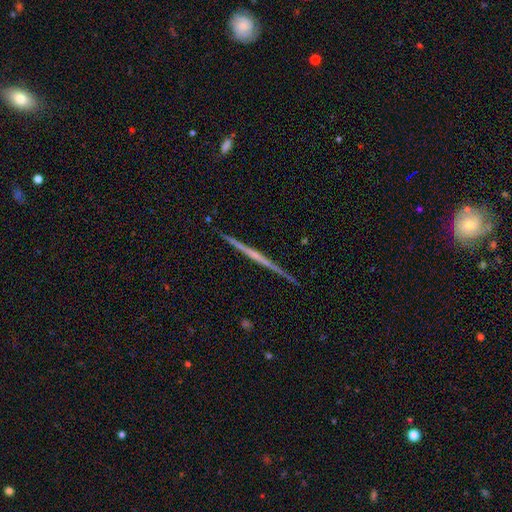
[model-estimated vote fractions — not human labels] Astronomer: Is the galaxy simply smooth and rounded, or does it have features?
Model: featured or disk — 74%.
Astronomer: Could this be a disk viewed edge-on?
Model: yes — 98%.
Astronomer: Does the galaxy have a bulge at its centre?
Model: none — 72%.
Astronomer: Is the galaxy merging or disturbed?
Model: none — 91%.